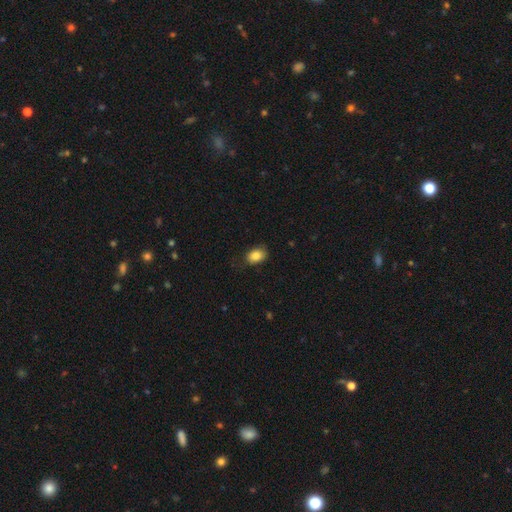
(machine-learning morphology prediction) type=smooth (86%); roundness=in between (77%); merging=none (75%).